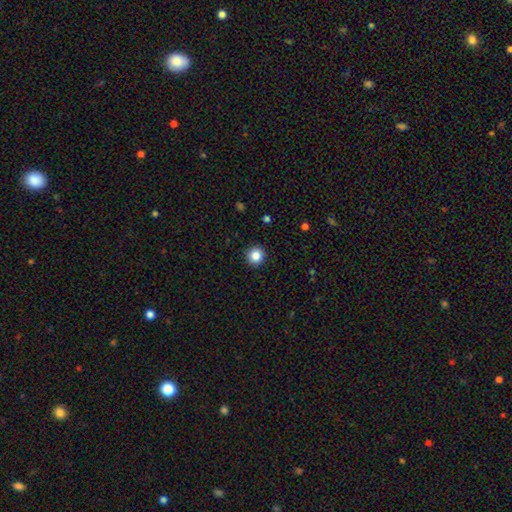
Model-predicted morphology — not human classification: Q: Smooth or featured?
A: smooth (85%); runner-up: star or artifact (10%)
Q: How rounded?
A: round (95%); runner-up: in between (4%)
Q: Merging?
A: none (93%); runner-up: minor disturbance (5%)